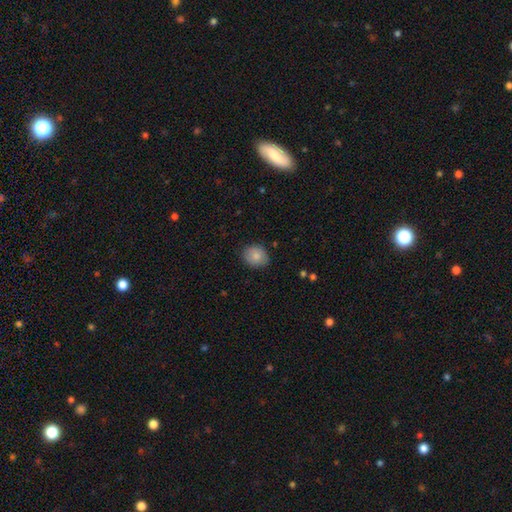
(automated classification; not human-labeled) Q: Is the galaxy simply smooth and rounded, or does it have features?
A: smooth — 84%.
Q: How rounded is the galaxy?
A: round — 62%.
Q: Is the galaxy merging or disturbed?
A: none — 84%.